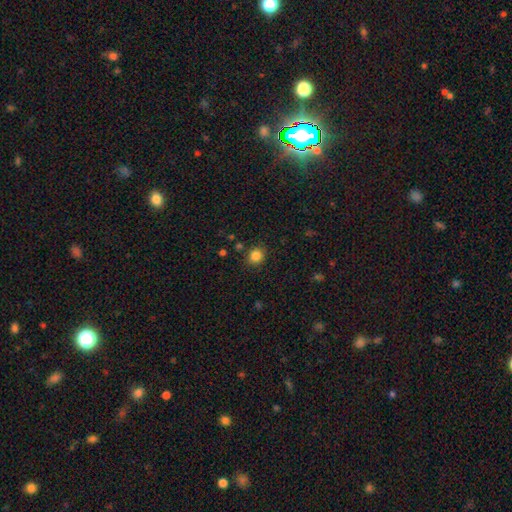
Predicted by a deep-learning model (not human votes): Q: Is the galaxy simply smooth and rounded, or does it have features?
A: smooth — 84%.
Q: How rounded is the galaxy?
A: round — 80%.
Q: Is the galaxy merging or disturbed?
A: none — 85%.